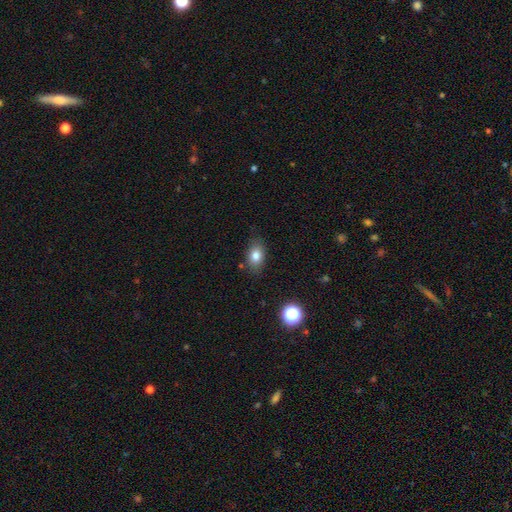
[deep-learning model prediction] This appears to be a smooth galaxy with no disk features (80%) that is in between round and cigar-shaped (80%). Merging: none (80%).